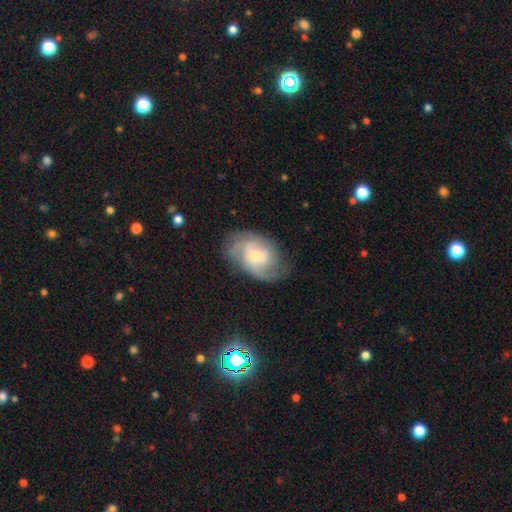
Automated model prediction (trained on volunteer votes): Smooth or featured?
  - featured or disk: 68% *
  - smooth: 25%
  - star or artifact: 7%
Edge-on disk?
  - no: 96% *
  - yes: 4%
Bar?
  - no: 67% *
  - weak: 29%
  - strong: 5%
Spiral arms?
  - yes: 89% *
  - no: 11%
Spiral winding?
  - medium: 44% *
  - tight: 40%
  - loose: 17%
Spiral arm count?
  - 2: 41% *
  - can't tell: 31%
  - 3: 15%
  - 1: 5%
  - 4: 4%
  - more than 4: 3%
Bulge size?
  - small: 56% *
  - moderate: 35%
  - large: 5%
  - none: 3%
  - dominant: 1%
Merging?
  - none: 66% *
  - minor disturbance: 22%
  - major disturbance: 11%
  - merger: 2%